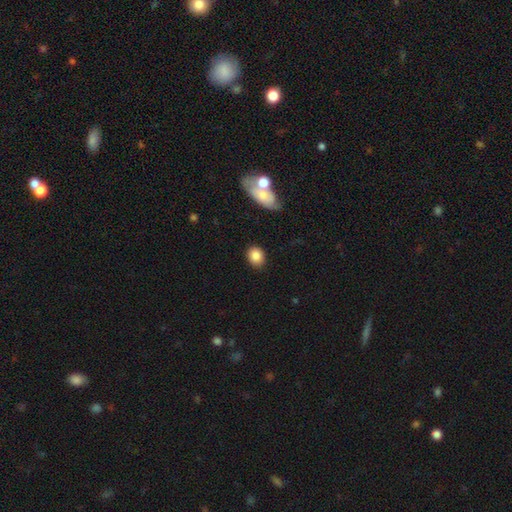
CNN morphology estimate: Q: Smooth or featured?
A: smooth (86%); runner-up: star or artifact (8%)
Q: How rounded?
A: round (53%); runner-up: in between (45%)
Q: Merging?
A: none (86%); runner-up: minor disturbance (9%)